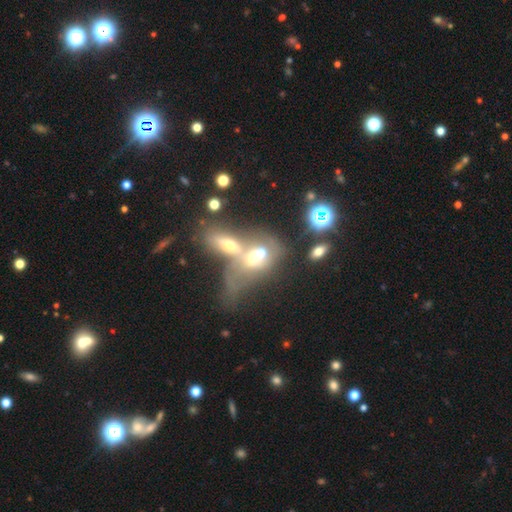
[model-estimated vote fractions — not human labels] Smooth or featured?
  - smooth: 43% *
  - featured or disk: 40%
  - star or artifact: 17%
Merging?
  - merger: 68% *
  - major disturbance: 13%
  - none: 12%
  - minor disturbance: 6%